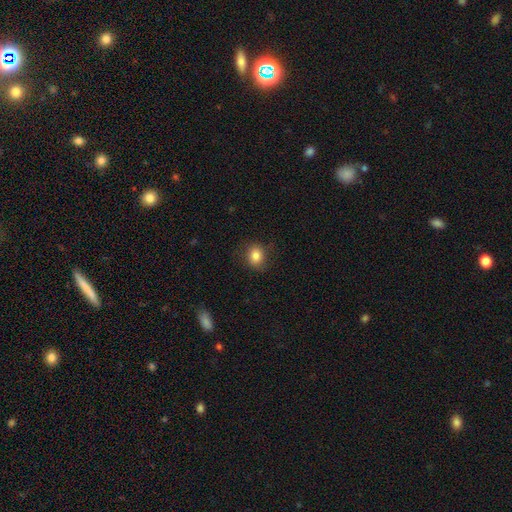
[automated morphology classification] smooth 83%, star or artifact 10%, featured or disk 7%. Down the decision tree: how rounded — round (60%); merging — none (83%).